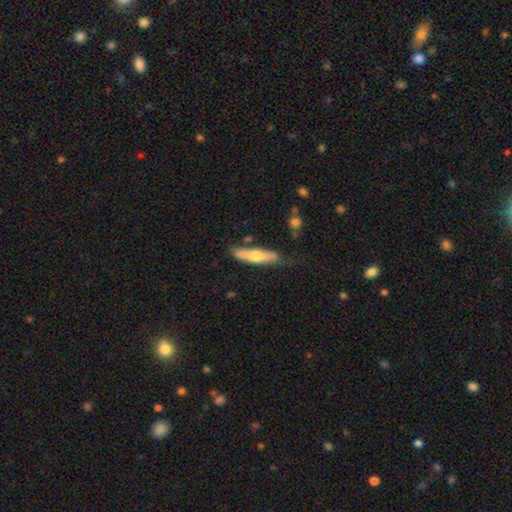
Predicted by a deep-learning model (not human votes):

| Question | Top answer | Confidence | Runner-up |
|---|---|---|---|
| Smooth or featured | smooth | 55% | featured or disk (39%) |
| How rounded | cigar-shaped | 79% | in between (19%) |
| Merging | none | 64% | minor disturbance (25%) |